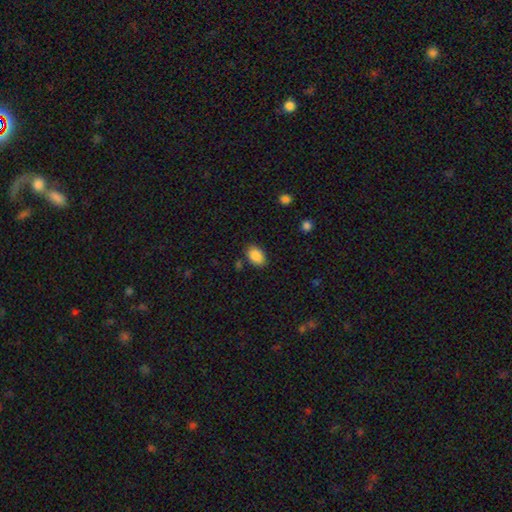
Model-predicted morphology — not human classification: This appears to be a smooth galaxy with no disk features (89%) that is in between round and cigar-shaped (86%). Merging: none (84%).